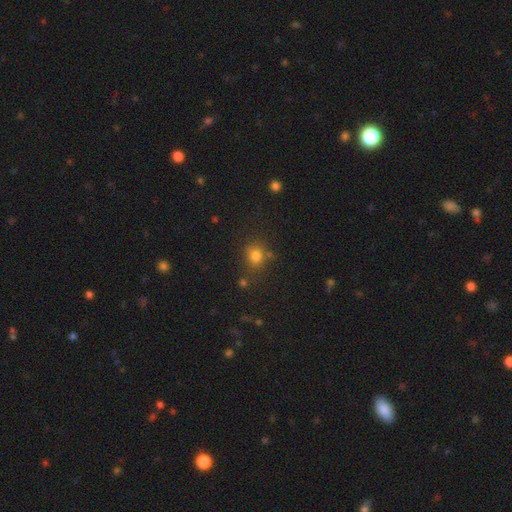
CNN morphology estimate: type=smooth (77%); roundness=round (74%); merging=none (71%).